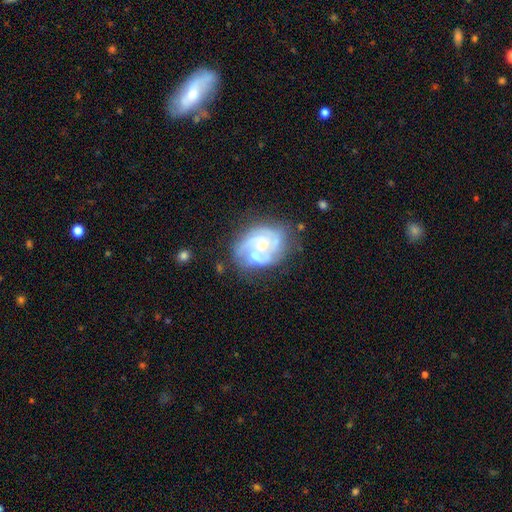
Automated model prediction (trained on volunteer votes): The model was most divided on "spiral winding": tight: 42%, medium: 41%, loose: 17%. Remaining: edge-on disk — no (98%); bar — no (78%); spiral arms — yes (76%); smooth or featured — featured or disk (76%); bulge size — moderate (64%); merging — merger (38%); spiral arm count — 2 (31%).